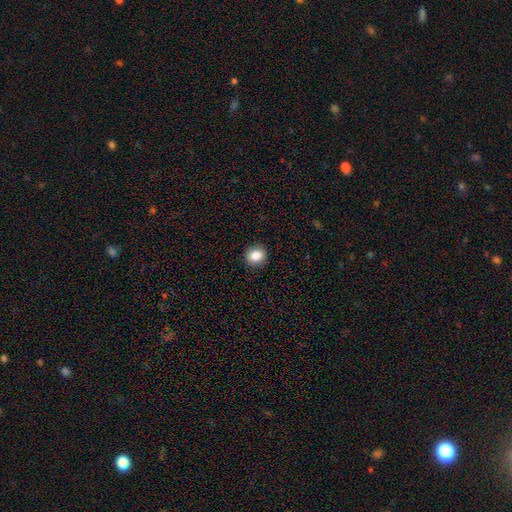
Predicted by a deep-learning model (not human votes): Smooth or featured? Predicted: smooth (p=0.84). How rounded? Predicted: round (p=0.85). Merging? Predicted: none (p=0.91).